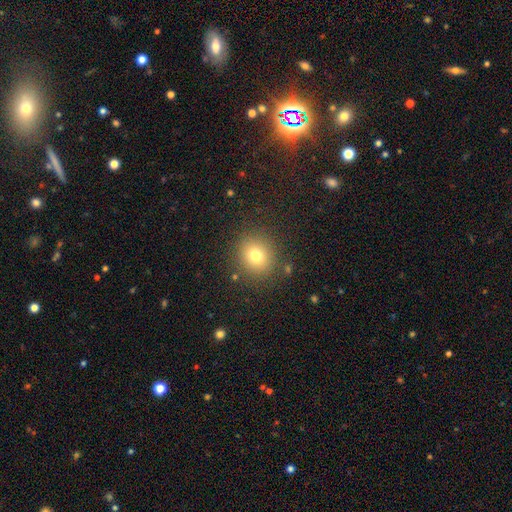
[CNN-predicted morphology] Smooth or featured? Predicted: smooth (p=0.75). How rounded? Predicted: round (p=0.84). Merging? Predicted: none (p=0.86).